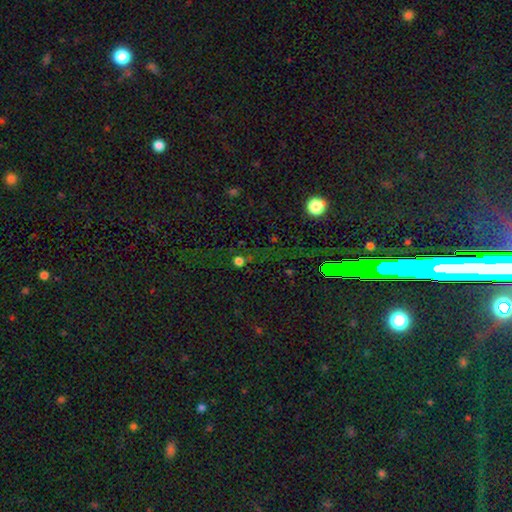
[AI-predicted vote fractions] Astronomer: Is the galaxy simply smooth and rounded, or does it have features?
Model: star or artifact — 78%.